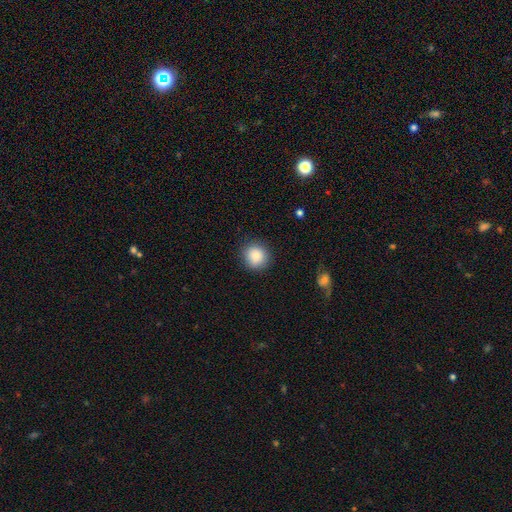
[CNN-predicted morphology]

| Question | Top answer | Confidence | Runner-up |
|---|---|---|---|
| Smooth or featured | smooth | 87% | star or artifact (8%) |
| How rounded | round | 89% | in between (10%) |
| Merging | none | 88% | minor disturbance (8%) |